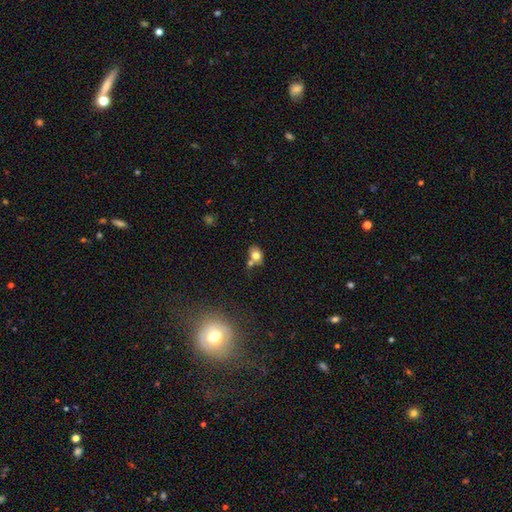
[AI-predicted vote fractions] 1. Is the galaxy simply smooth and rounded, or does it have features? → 76% smooth, 13% featured or disk, 11% star or artifact.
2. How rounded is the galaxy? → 67% in between, 32% round, 1% cigar-shaped.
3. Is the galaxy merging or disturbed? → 48% none, 32% merger, 15% minor disturbance, 5% major disturbance.